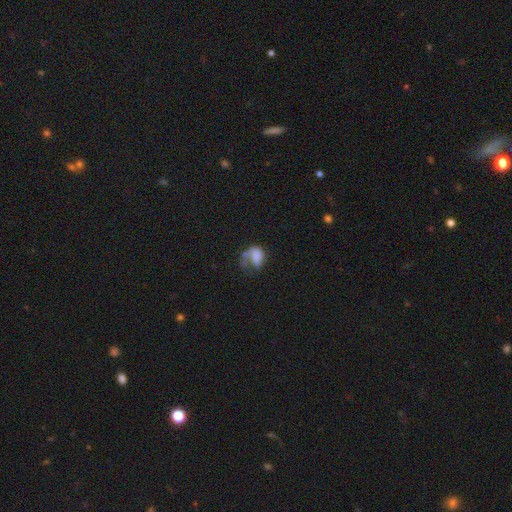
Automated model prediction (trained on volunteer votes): Smooth or featured?
  - smooth: 57% *
  - featured or disk: 31%
  - star or artifact: 12%
How rounded?
  - in between: 77% *
  - round: 21%
  - cigar-shaped: 2%
Merging?
  - major disturbance: 44% *
  - none: 23%
  - minor disturbance: 18%
  - merger: 15%